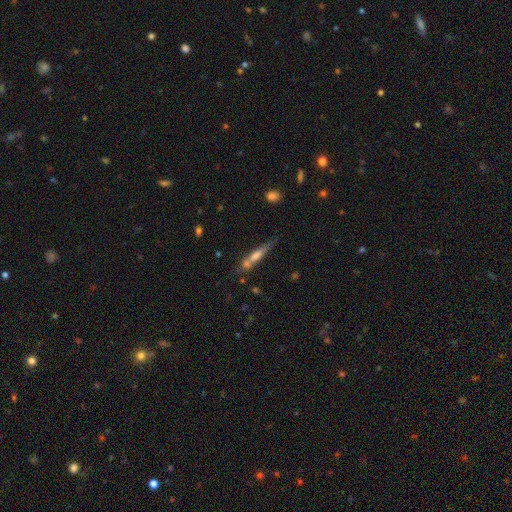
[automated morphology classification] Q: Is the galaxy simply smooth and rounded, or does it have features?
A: featured or disk — 53%.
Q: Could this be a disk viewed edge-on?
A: yes — 89%.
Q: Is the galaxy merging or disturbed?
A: none — 60%.